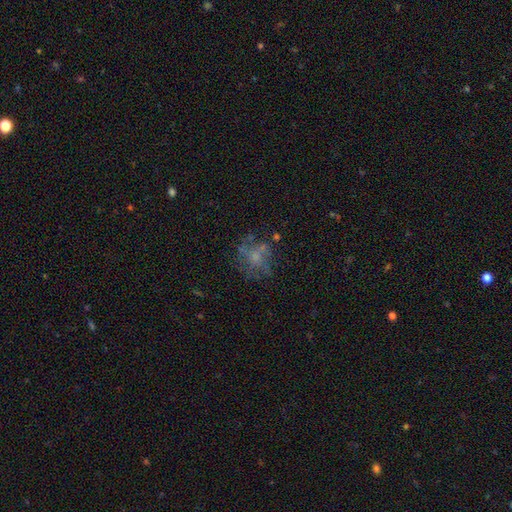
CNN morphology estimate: This appears to be a featured or disk galaxy (47%). Merging: none (55%).